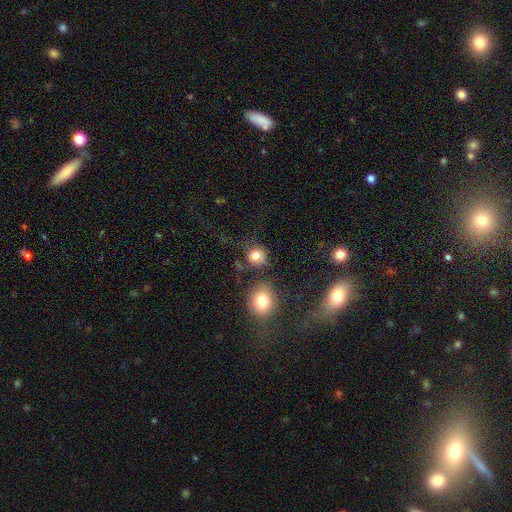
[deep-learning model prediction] Q: Smooth or featured?
A: smooth (80%); runner-up: star or artifact (12%)
Q: How rounded?
A: round (84%); runner-up: in between (15%)
Q: Merging?
A: none (66%); runner-up: minor disturbance (16%)